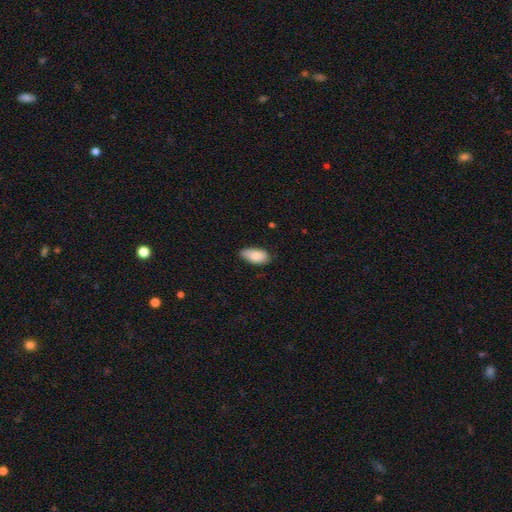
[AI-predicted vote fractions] Smooth or featured? Predicted: smooth (p=0.85). How rounded? Predicted: in between (p=0.92). Merging? Predicted: none (p=0.70).